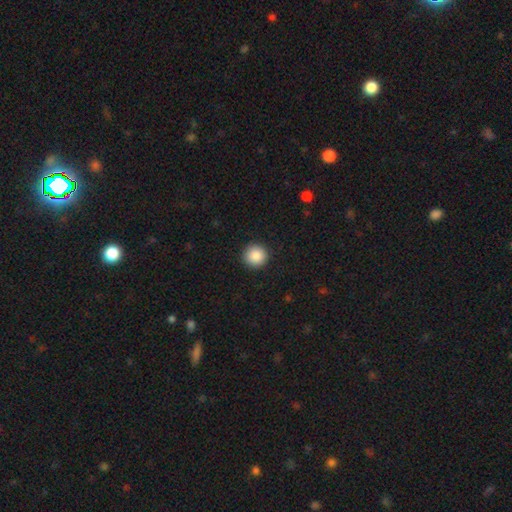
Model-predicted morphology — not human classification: This is clearly a smooth galaxy (89%). How rounded: clearly round (96%). Merging: clearly none (92%).